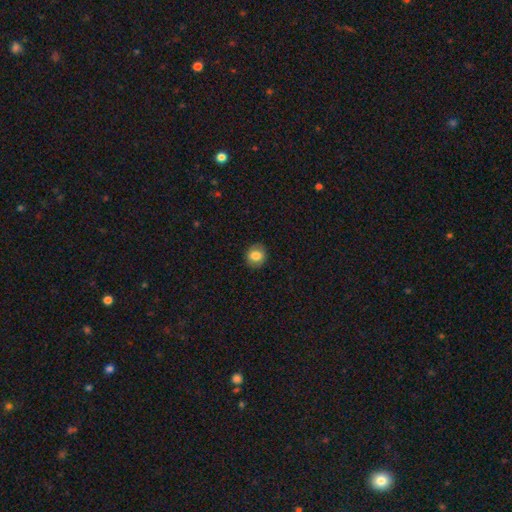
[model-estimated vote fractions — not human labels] This is clearly a smooth galaxy (81%). How rounded: likely round (72%). Merging: clearly none (87%).